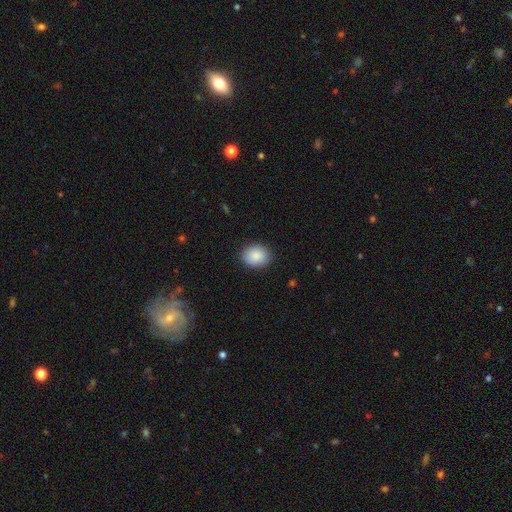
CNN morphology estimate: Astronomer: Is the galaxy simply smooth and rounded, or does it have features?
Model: smooth — 88%.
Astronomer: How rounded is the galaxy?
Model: in between — 53% (runner-up: round, 46%).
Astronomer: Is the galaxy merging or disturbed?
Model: none — 88%.